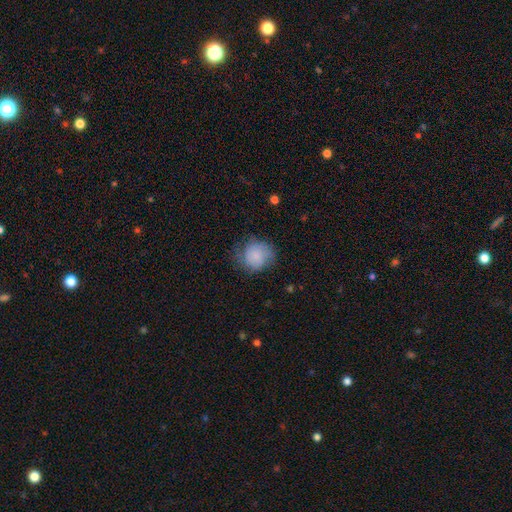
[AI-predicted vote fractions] Smooth or featured? smooth (74%)
How rounded? round (83%)
Merging? none (60%)